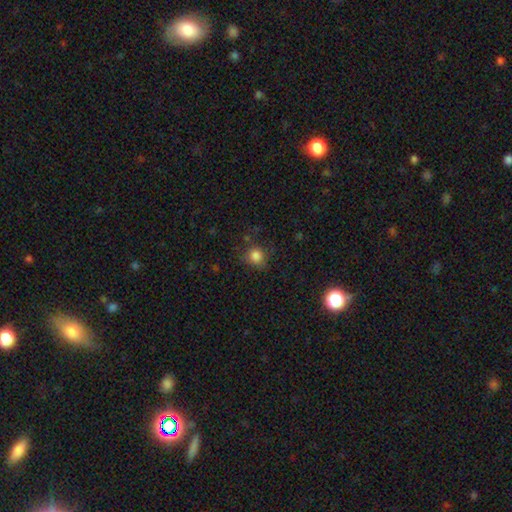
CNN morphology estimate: Q: Smooth or featured?
A: smooth (82%); runner-up: star or artifact (13%)
Q: How rounded?
A: round (84%); runner-up: in between (15%)
Q: Merging?
A: none (75%); runner-up: minor disturbance (17%)